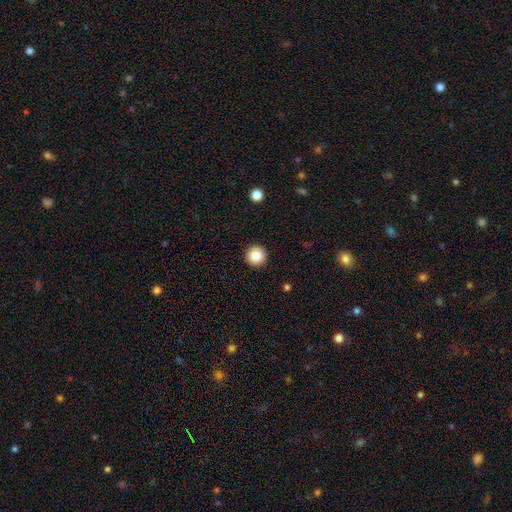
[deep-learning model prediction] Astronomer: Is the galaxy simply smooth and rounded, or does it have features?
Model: smooth — 85%.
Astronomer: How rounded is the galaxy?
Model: round — 97%.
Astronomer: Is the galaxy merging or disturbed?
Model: none — 93%.